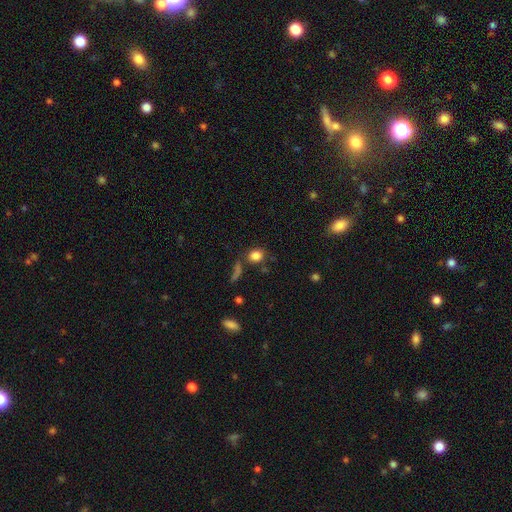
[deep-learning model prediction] smooth 83%, star or artifact 11%, featured or disk 6%. Down the decision tree: how rounded — round (56%); merging — none (71%).